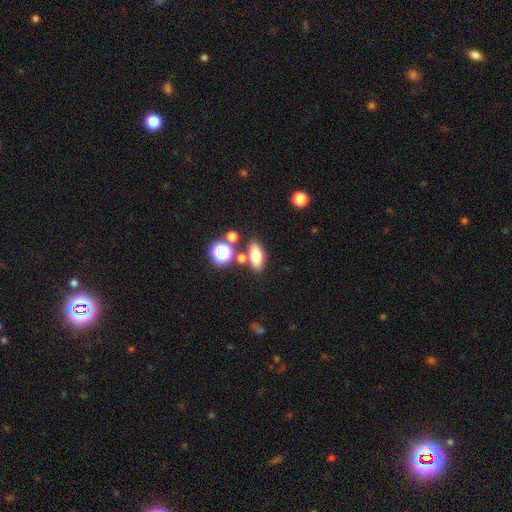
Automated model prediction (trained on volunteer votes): Overall: smooth (72%). How rounded: in between (73%). Merging: none (73%).